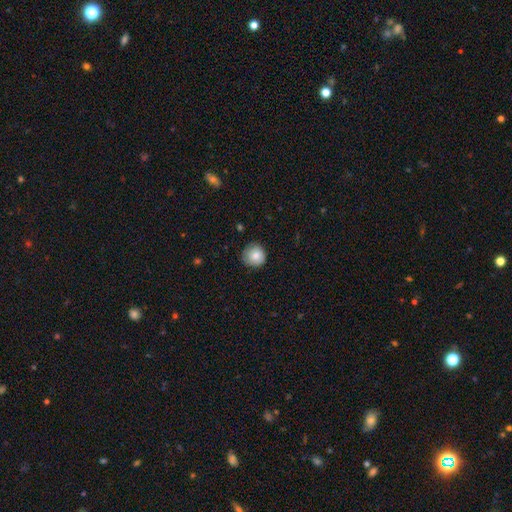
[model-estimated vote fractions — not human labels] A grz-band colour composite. It shows a smooth galaxy with no disk features (82%) that is round (93%). Merging: none (81%).